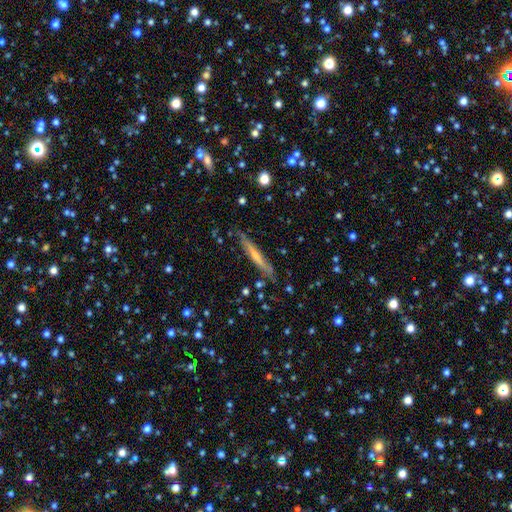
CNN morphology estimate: Overall: star or artifact (37%; smooth 33%).